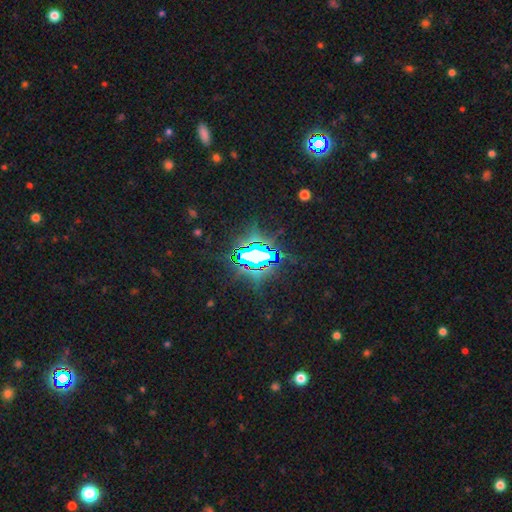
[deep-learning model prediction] Morphology: type=star or artifact (81%).